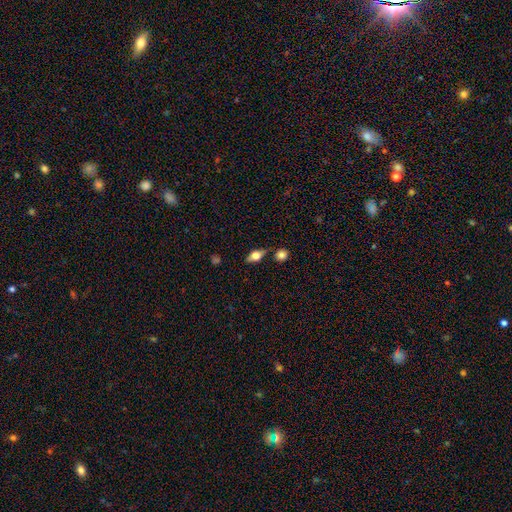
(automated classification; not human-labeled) Smooth or featured: smooth — 48% (featured or disk — 43%)
Merging: none — 75% (minor disturbance — 14%)